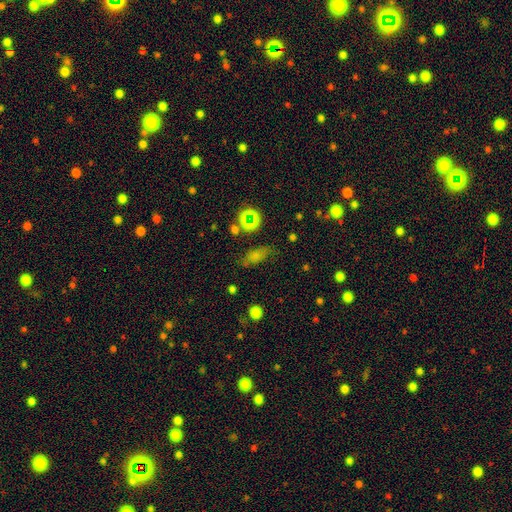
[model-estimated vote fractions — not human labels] smooth-or-featured: smooth: 68% | star or artifact: 19% | featured or disk: 13%
  how-rounded: in between: 70% | cigar-shaped: 19% | round: 11%
  merging: none: 71% | minor disturbance: 19% | major disturbance: 7% | merger: 4%